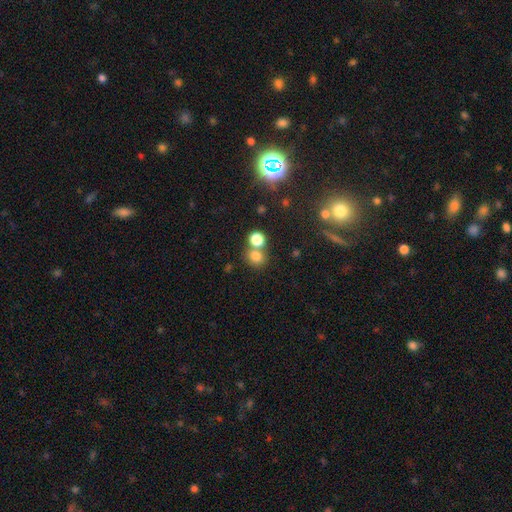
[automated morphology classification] smooth-or-featured: smooth: 77% | star or artifact: 15% | featured or disk: 7%
  how-rounded: round: 79% | in between: 20% | cigar-shaped: 1%
  merging: none: 57% | merger: 32% | minor disturbance: 8% | major disturbance: 3%